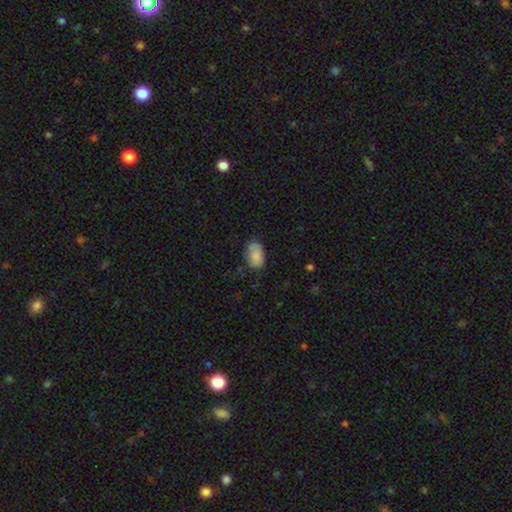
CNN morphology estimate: smooth-or-featured: smooth: 85% | featured or disk: 8% | star or artifact: 7%
  how-rounded: in between: 91% | round: 8% | cigar-shaped: 1%
  merging: none: 69% | minor disturbance: 24% | major disturbance: 5% | merger: 2%